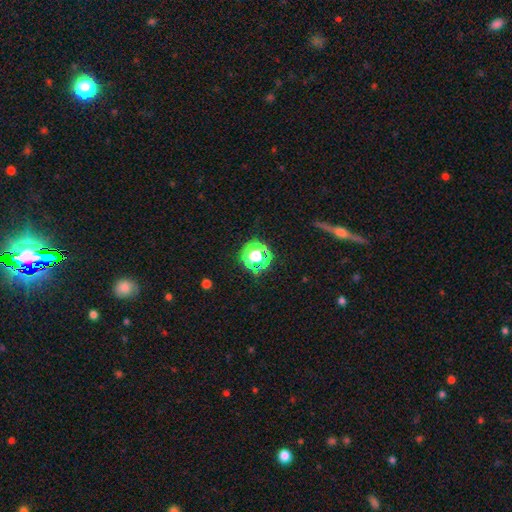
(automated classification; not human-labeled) Q: Smooth or featured?
A: smooth (51%); runner-up: star or artifact (40%)
Q: How rounded?
A: round (88%); runner-up: in between (11%)
Q: Merging?
A: none (79%); runner-up: minor disturbance (12%)